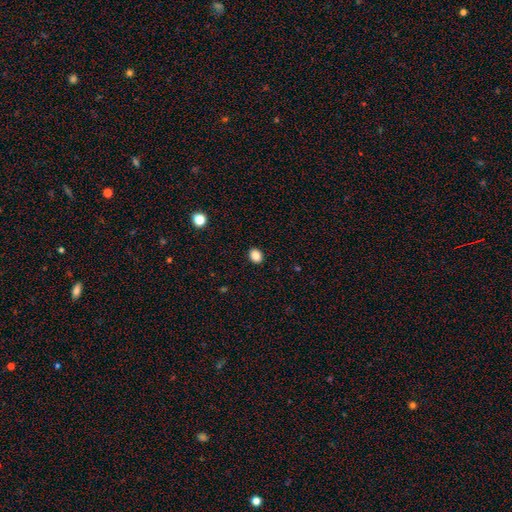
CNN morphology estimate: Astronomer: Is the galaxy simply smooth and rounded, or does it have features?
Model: smooth — 87%.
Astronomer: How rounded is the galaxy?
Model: round — 50% (runner-up: in between, 49%).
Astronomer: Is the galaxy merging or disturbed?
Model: none — 91%.